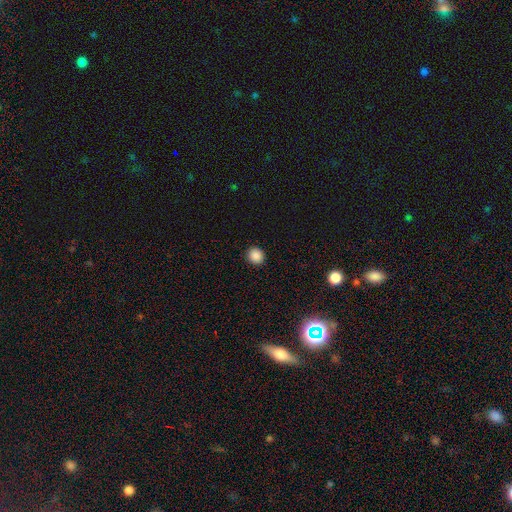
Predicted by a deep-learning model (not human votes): Smooth or featured: smooth — 87% (star or artifact — 10%)
How rounded: round — 88% (in between — 11%)
Merging: none — 92% (minor disturbance — 5%)